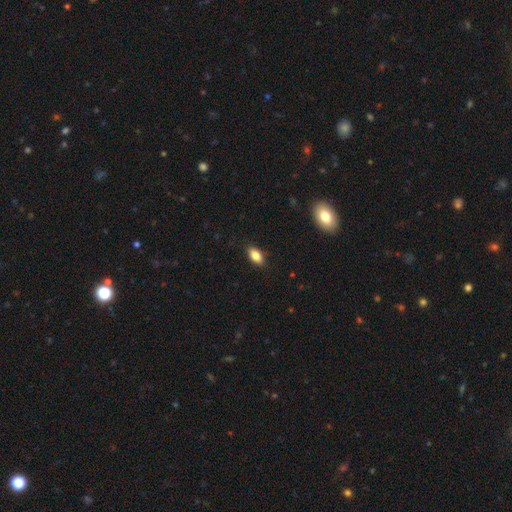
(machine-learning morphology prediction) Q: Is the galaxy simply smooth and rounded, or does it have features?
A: smooth — 84%.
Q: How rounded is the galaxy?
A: in between — 89%.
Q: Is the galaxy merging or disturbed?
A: none — 87%.